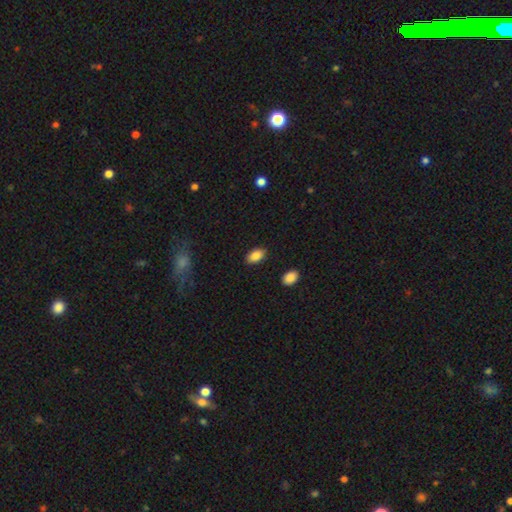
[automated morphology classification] smooth 87%, star or artifact 7%, featured or disk 6%. Down the decision tree: how rounded — in between (92%); merging — none (87%).